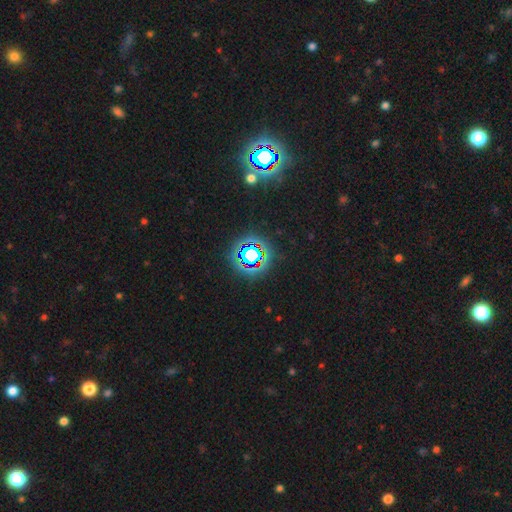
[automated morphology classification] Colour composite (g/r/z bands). It shows a star or artifact, not a galaxy (78%).